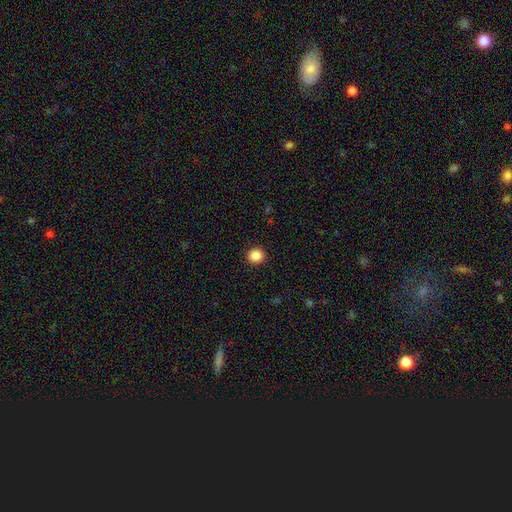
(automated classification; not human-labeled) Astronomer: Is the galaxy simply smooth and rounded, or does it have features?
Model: smooth — 87%.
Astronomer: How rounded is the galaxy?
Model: round — 88%.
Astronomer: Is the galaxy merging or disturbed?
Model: none — 92%.